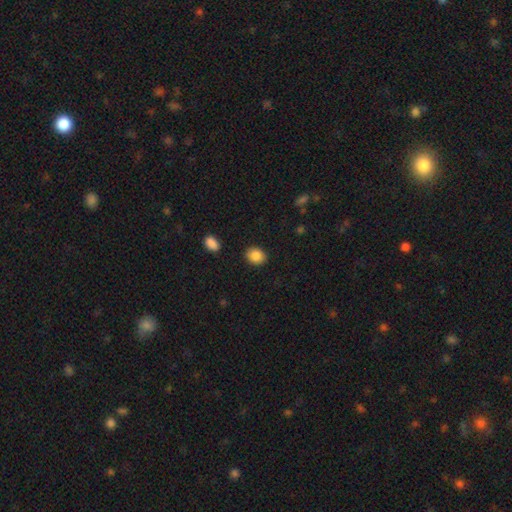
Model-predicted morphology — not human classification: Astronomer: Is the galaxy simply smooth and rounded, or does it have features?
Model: smooth — 87%.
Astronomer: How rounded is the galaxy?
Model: round — 55% (runner-up: in between, 44%).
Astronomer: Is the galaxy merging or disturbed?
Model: none — 88%.